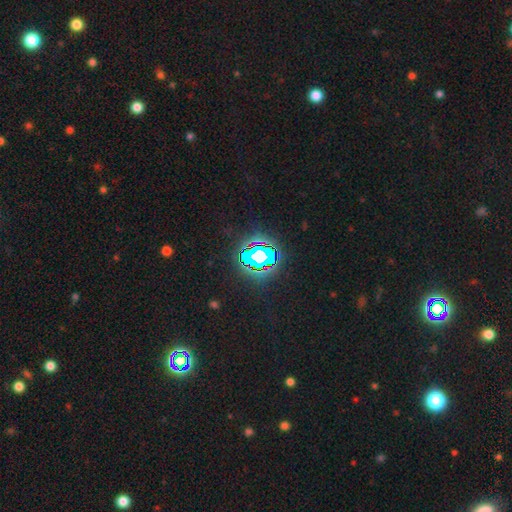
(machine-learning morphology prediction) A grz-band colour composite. It shows a star or artifact, not a galaxy (72%).